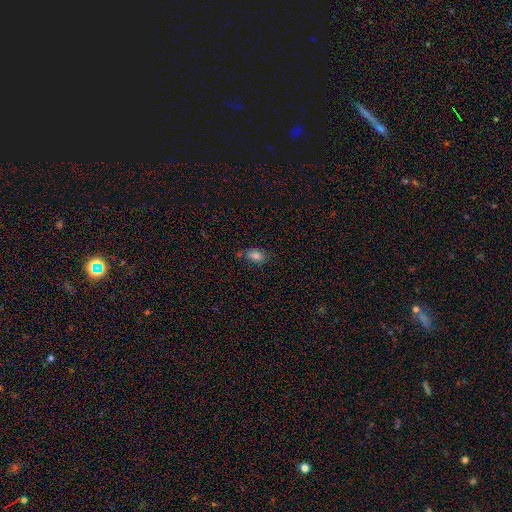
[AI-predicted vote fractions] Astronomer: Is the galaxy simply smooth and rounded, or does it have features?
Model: smooth — 79%.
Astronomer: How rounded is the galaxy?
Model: in between — 85%.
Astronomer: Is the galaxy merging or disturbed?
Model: none — 72%.